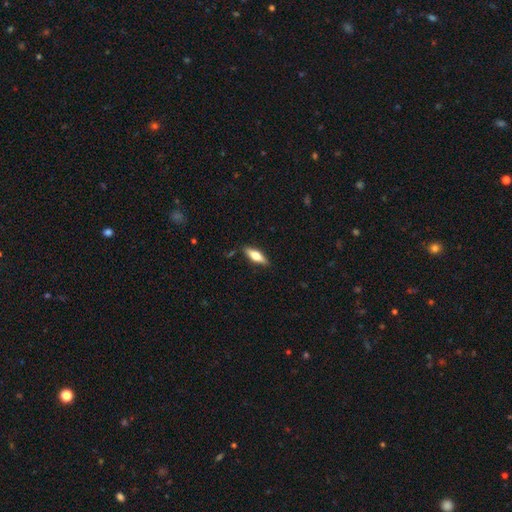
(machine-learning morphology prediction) The model was most divided on "how rounded": in between: 52%, cigar-shaped: 46%, round: 3%. More confident: merging — none (86%); smooth or featured — smooth (55%).